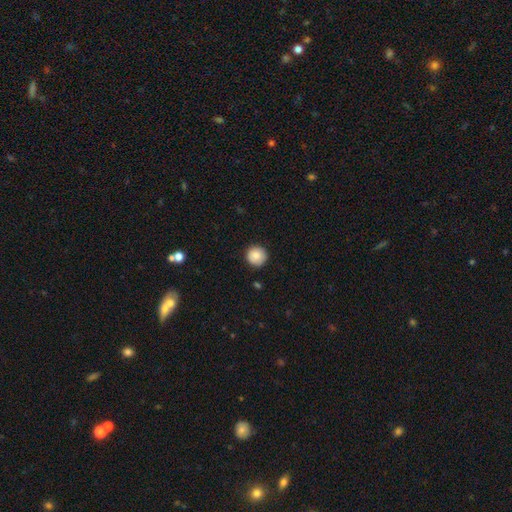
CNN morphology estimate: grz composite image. It shows a smooth galaxy with no disk features (85%) that is round (96%). Merging: none (89%).